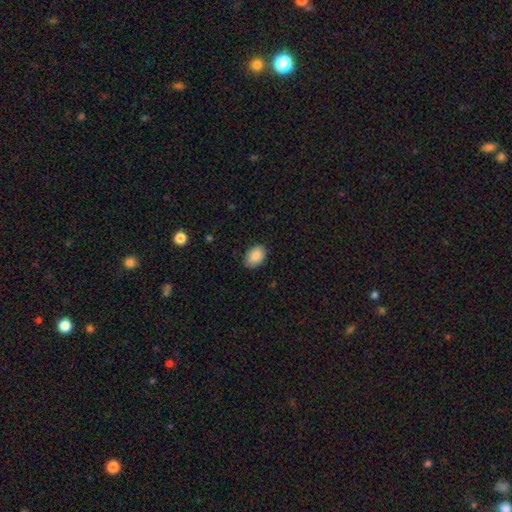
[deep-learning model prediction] Smooth or featured? Predicted: smooth (p=0.88). How rounded? Predicted: in between (p=0.84). Merging? Predicted: none (p=0.86).